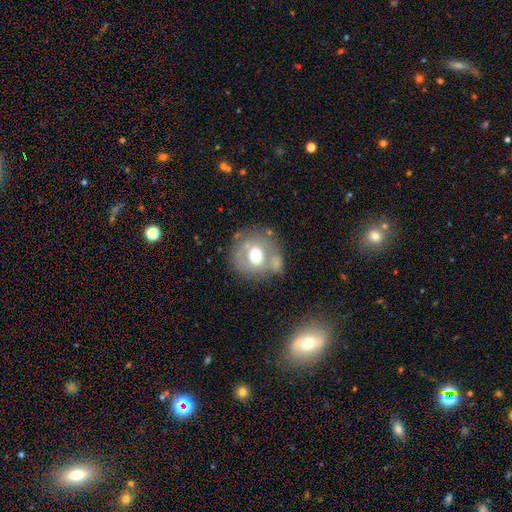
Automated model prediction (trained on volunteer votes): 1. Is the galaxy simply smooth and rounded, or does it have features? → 51% smooth, 38% featured or disk, 10% star or artifact.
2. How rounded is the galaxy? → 86% round, 13% in between, 1% cigar-shaped.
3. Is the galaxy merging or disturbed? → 62% none, 18% minor disturbance, 11% merger, 10% major disturbance.